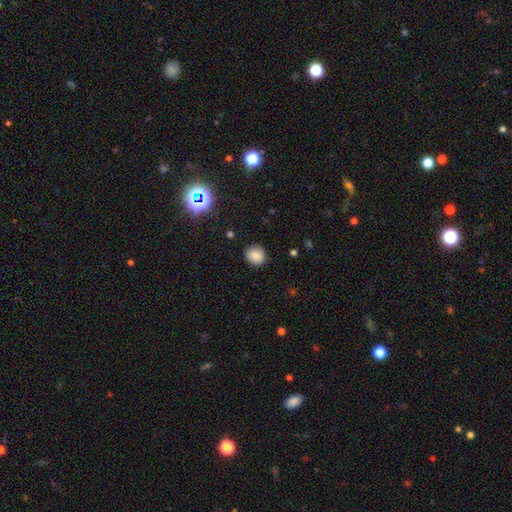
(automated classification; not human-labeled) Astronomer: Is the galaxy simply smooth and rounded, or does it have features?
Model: smooth — 83%.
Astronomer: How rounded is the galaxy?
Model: round — 78%.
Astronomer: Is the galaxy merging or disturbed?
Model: none — 86%.